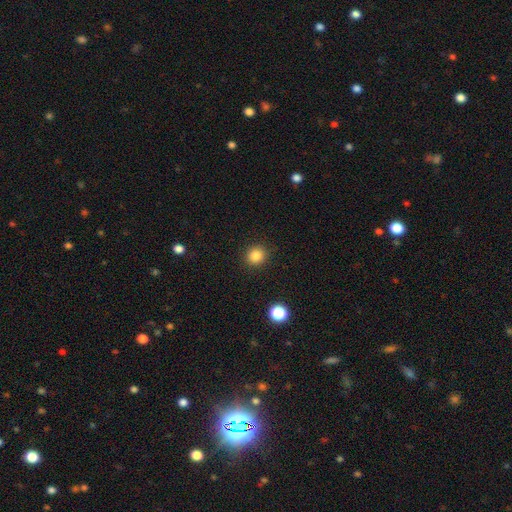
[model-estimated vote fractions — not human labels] This appears to be a smooth galaxy with no disk features (85%) that is round (83%). Merging: none (91%).